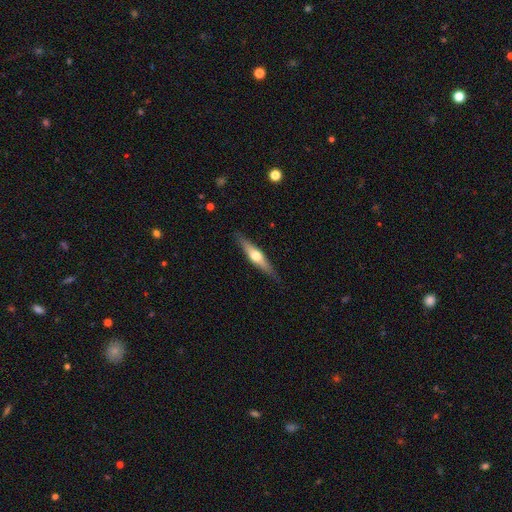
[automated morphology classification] A featured or disk galaxy (59%) viewed edge-on (95%) with a rounded central bulge (93%). Merging: none (87%).